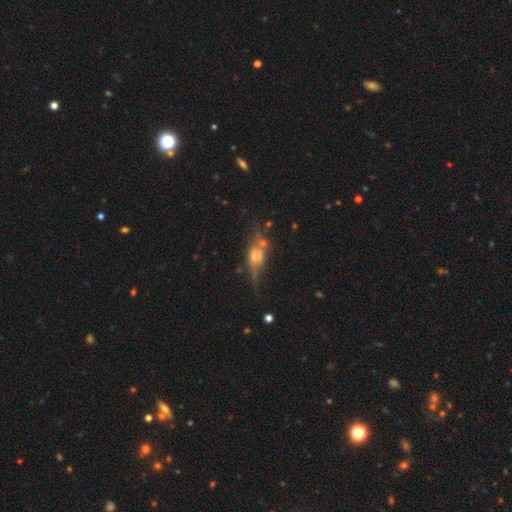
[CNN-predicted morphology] Smooth or featured? Predicted: featured or disk (p=0.66). Edge-on disk? Predicted: yes (p=0.73). Merging? Predicted: none (p=0.56).